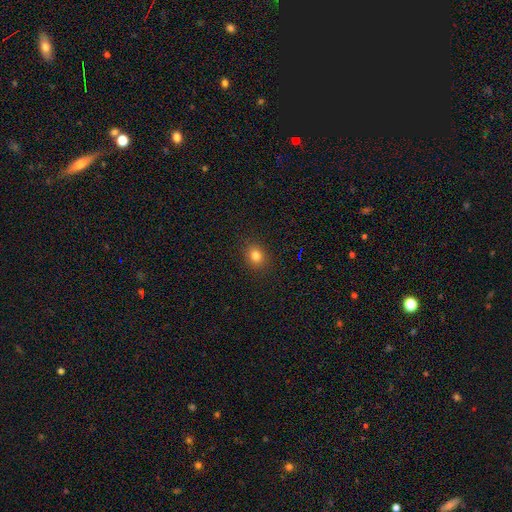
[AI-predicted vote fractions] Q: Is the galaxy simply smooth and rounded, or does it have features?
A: smooth — 80%.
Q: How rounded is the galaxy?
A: round — 62%.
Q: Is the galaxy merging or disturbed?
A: none — 90%.